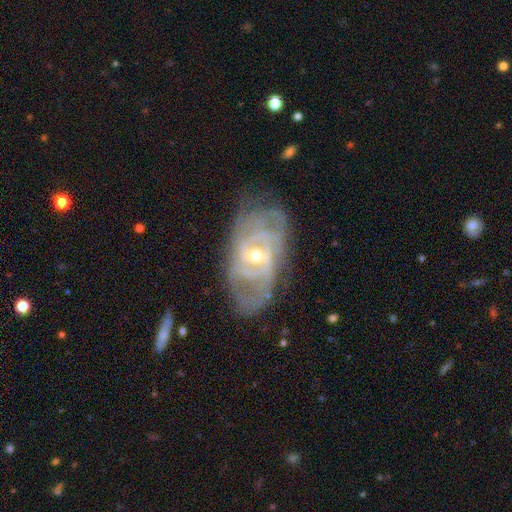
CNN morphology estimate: A featured or disk galaxy (88%) with a weak bar (46%), tight (65%) spiral arms (95%) and a small central bulge (51%). Merging: none (71%).